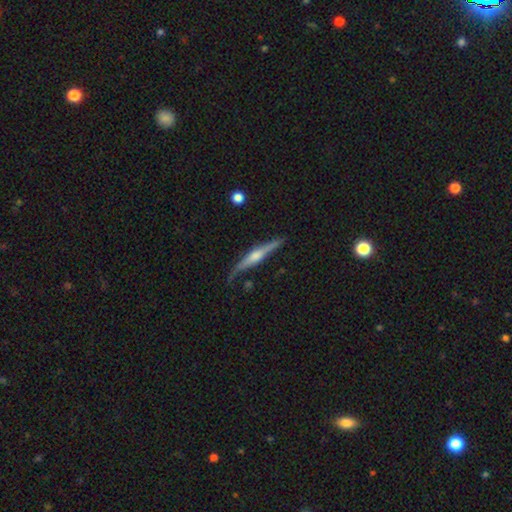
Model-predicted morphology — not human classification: smooth-or-featured: featured or disk: 80% | smooth: 15% | star or artifact: 5%
  disk-edge-on: yes: 97% | no: 3%
    edge-on-bulge: rounded: 86% | boxy: 9% | none: 6%
  merging: none: 80% | minor disturbance: 15% | major disturbance: 3% | merger: 2%